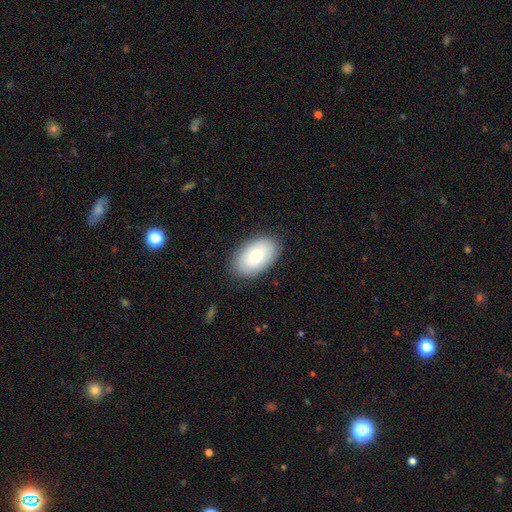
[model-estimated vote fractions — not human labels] Morphology: type=smooth (71%); roundness=in between (91%); merging=none (86%).